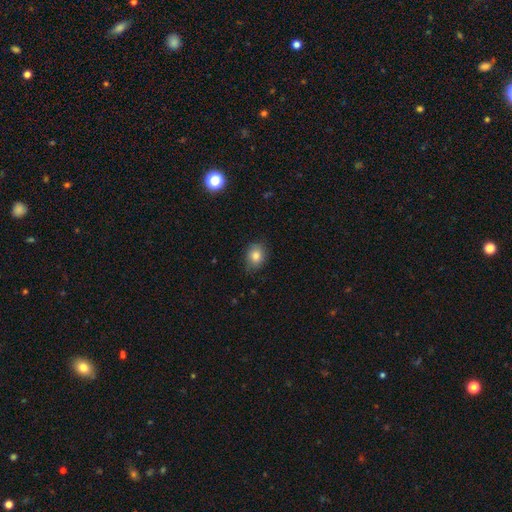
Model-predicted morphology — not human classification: This is clearly a smooth galaxy (83%). How rounded: possibly round (52%). Merging: likely none (79%).